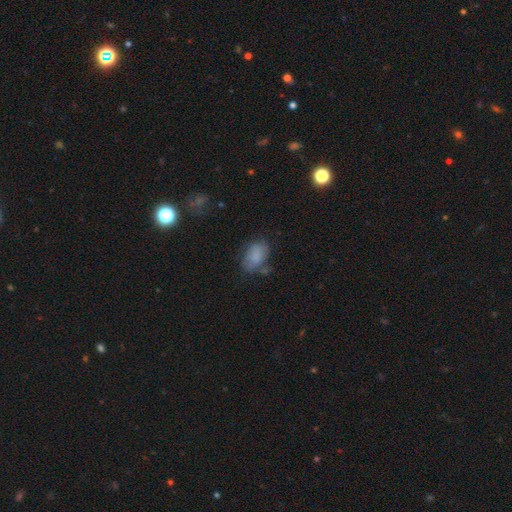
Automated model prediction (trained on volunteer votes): smooth 81%, featured or disk 10%, star or artifact 10%. Down the decision tree: how rounded — in between (85%); merging — none (58%).